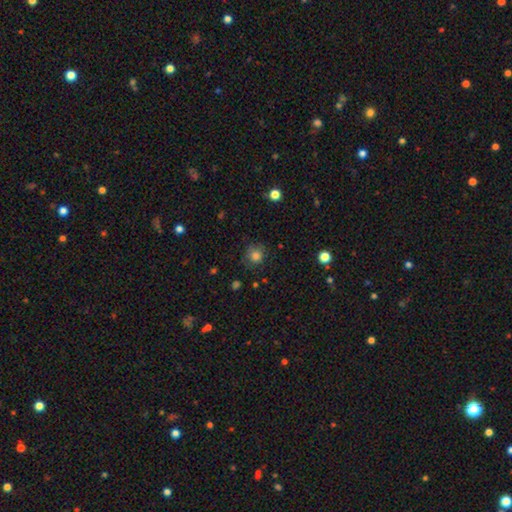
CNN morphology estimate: type=smooth (81%); roundness=round (86%); merging=none (75%).